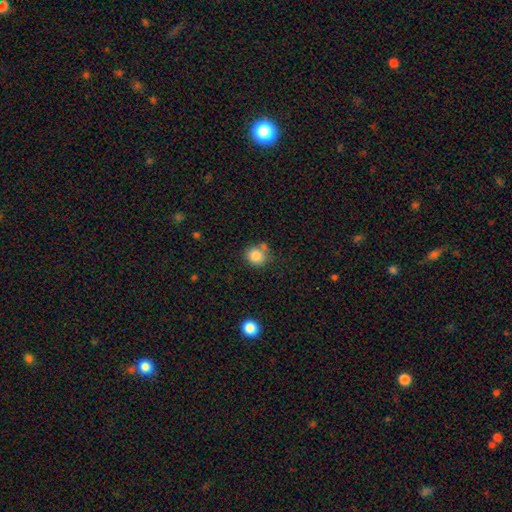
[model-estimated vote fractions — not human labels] smooth 85%, star or artifact 10%, featured or disk 6%. Down the decision tree: how rounded — round (82%); merging — none (68%).